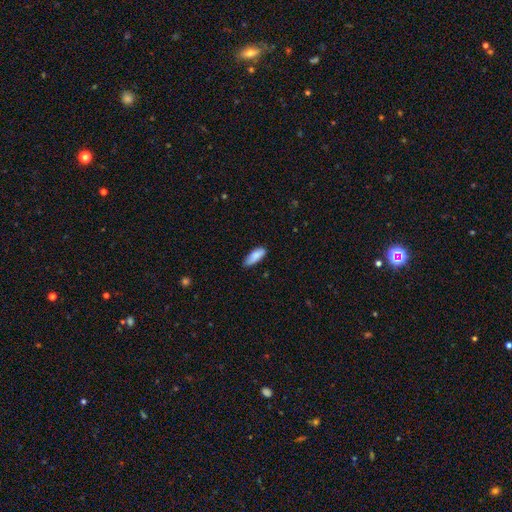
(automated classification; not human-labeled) A smooth galaxy with no disk features (87%) that is in between round and cigar-shaped (69%).

Vote fractions:
- Smooth or featured? smooth: 87% / featured or disk: 7% / star or artifact: 6%
- How rounded? in between: 69% / cigar-shaped: 30% / round: 2%
- Merging? none: 76% / minor disturbance: 20% / major disturbance: 3% / merger: 1%